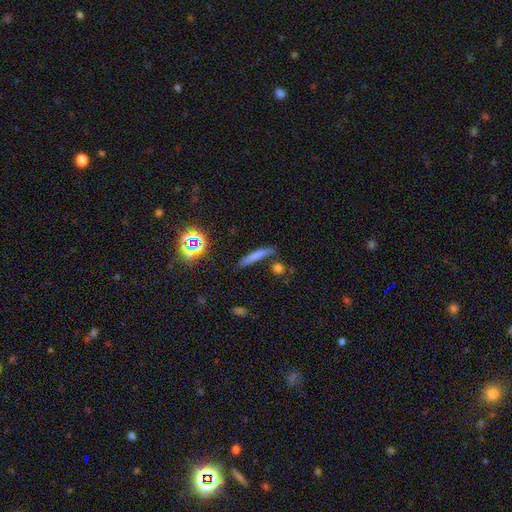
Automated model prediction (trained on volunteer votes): smooth_or_featured: smooth (p=0.70) [alt: featured or disk p=0.17]
how_rounded: cigar-shaped (p=0.89) [alt: in between p=0.08]
merging: none (p=0.73) [alt: minor disturbance p=0.15]